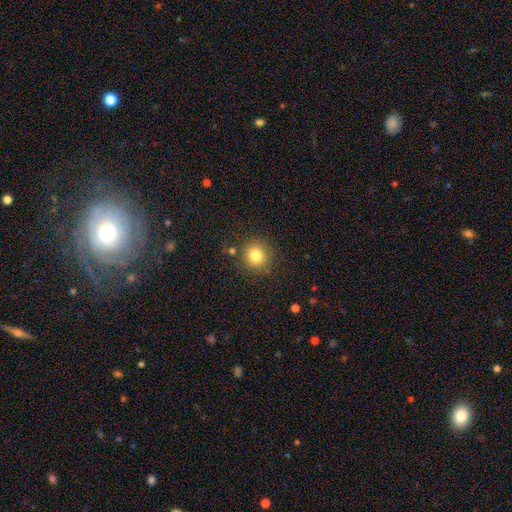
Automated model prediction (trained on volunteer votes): smooth_or_featured: smooth (p=0.80) [alt: star or artifact p=0.12]
how_rounded: round (p=0.92) [alt: in between p=0.07]
merging: none (p=0.84) [alt: minor disturbance p=0.09]